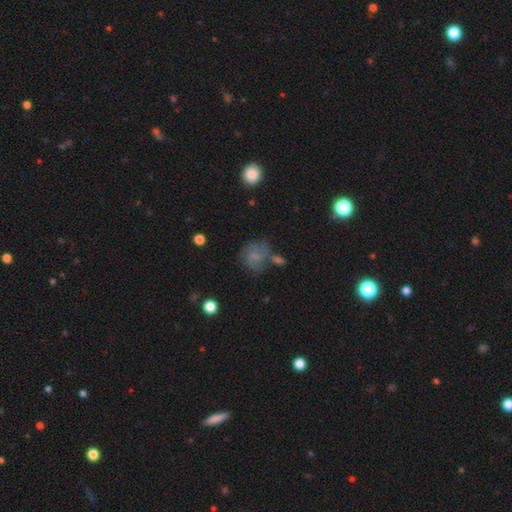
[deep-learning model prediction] smooth_or_featured: smooth (p=0.49) [alt: featured or disk p=0.37]
merging: none (p=0.47) [alt: minor disturbance p=0.22]